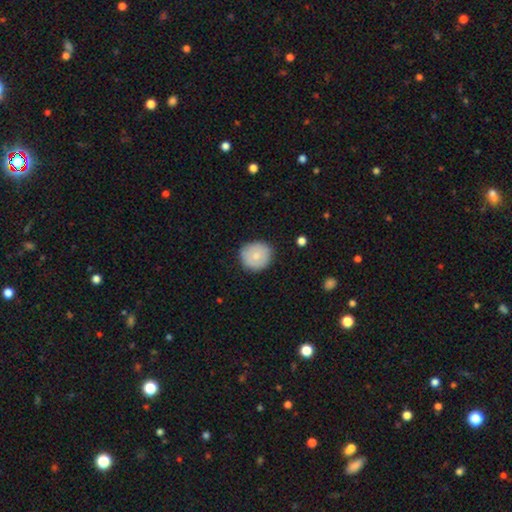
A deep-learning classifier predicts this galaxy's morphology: smooth 76%, featured or disk 18%, star or artifact 7%. Down the decision tree: how rounded — round (88%); merging — none (85%).